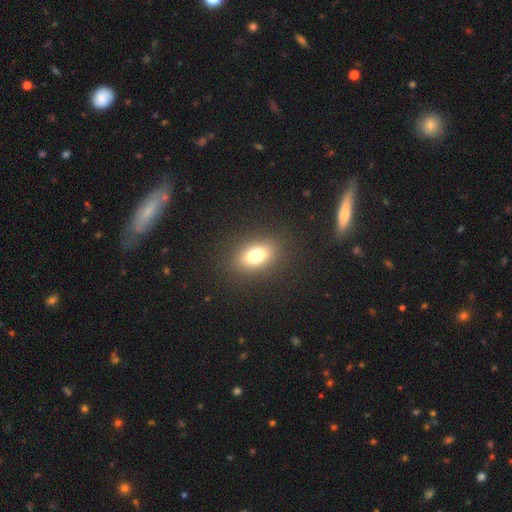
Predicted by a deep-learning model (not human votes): This is likely a smooth galaxy (75%). How rounded: likely in between (80%). Merging: clearly none (88%).